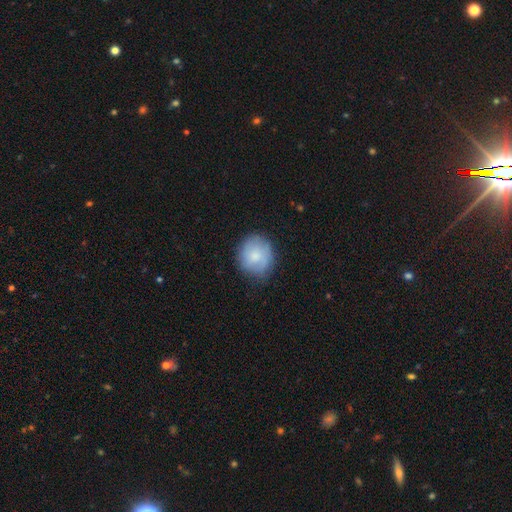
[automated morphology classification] A smooth galaxy with no disk features (77%) that is round (83%).

Vote fractions:
- Smooth or featured? smooth: 77% / featured or disk: 16% / star or artifact: 6%
- How rounded? round: 83% / in between: 16% / cigar-shaped: 1%
- Merging? none: 74% / minor disturbance: 20% / major disturbance: 5% / merger: 1%